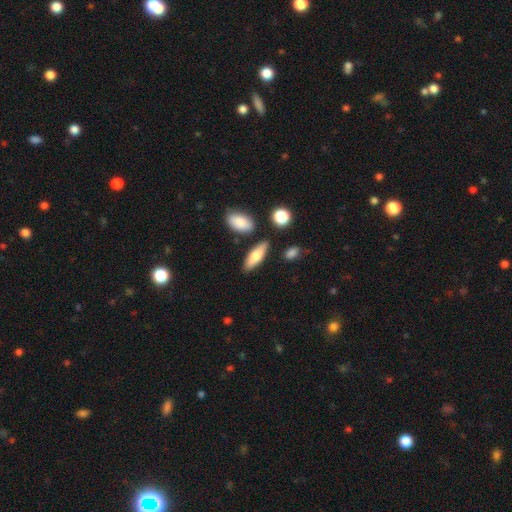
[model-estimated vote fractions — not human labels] Smooth or featured: smooth — 74% (featured or disk — 19%)
How rounded: in between — 63% (cigar-shaped — 34%)
Merging: none — 79% (minor disturbance — 12%)